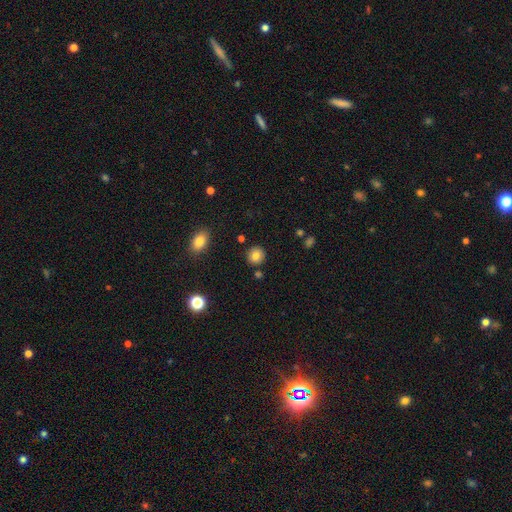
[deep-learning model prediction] Smooth or featured? smooth (81%)
How rounded? round (91%)
Merging? none (88%)